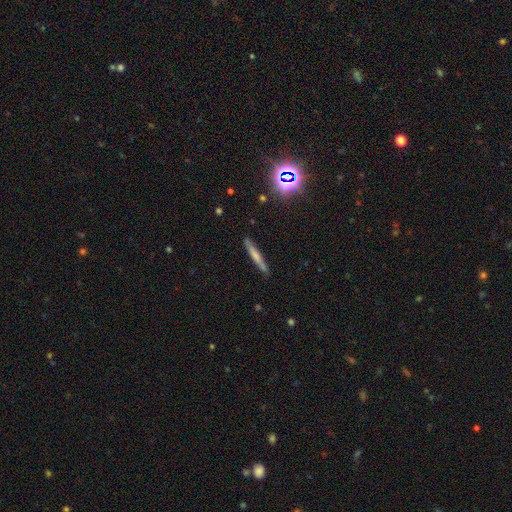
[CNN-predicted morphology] type=smooth (56%); roundness=cigar-shaped (94%); merging=none (88%).